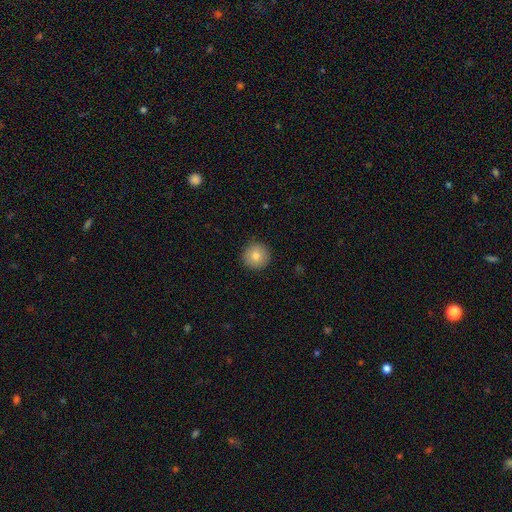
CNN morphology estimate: Smooth or featured? Predicted: smooth (p=0.81). How rounded? Predicted: round (p=0.96). Merging? Predicted: none (p=0.92).